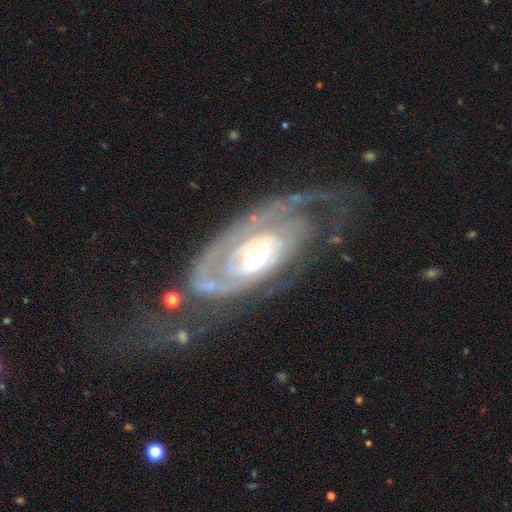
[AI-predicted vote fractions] smooth-or-featured: featured or disk: 83% | smooth: 11% | star or artifact: 5%
  disk-edge-on: no: 93% | yes: 7%
    bar: no: 70% | weak: 21% | strong: 9%
    has-spiral-arms: yes: 81% | no: 19%
      spiral-winding: tight: 61% | medium: 26% | loose: 13%
      spiral-arm-count: can't tell: 35% | 2: 29% | 1: 21% | 3: 8% | 4: 4% | more than 4: 4%
    bulge-size: moderate: 58% | small: 23% | large: 14% | dominant: 2% | none: 2%
  merging: none: 46% | major disturbance: 29% | minor disturbance: 21% | merger: 4%